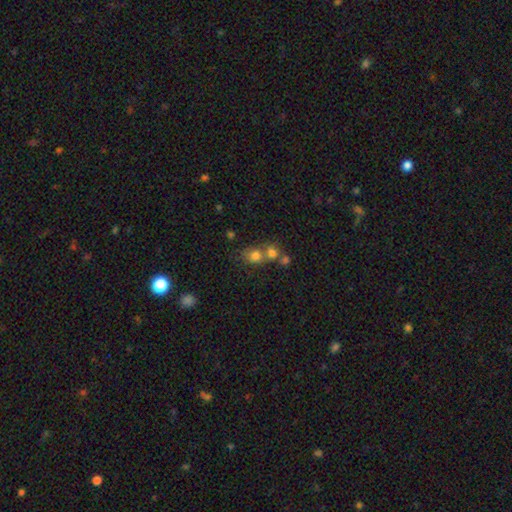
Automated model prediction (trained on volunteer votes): smooth 74%, star or artifact 14%, featured or disk 12%. Down the decision tree: how rounded — round (67%); merging — merger (51%).